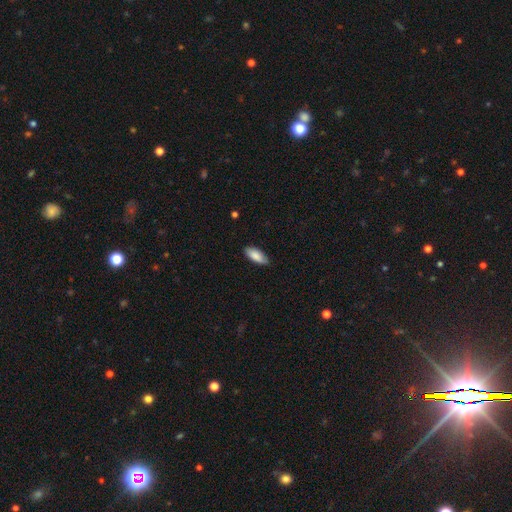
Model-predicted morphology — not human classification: Smooth or featured? Predicted: smooth (p=0.86). How rounded? Predicted: in between (p=0.82). Merging? Predicted: none (p=0.84).